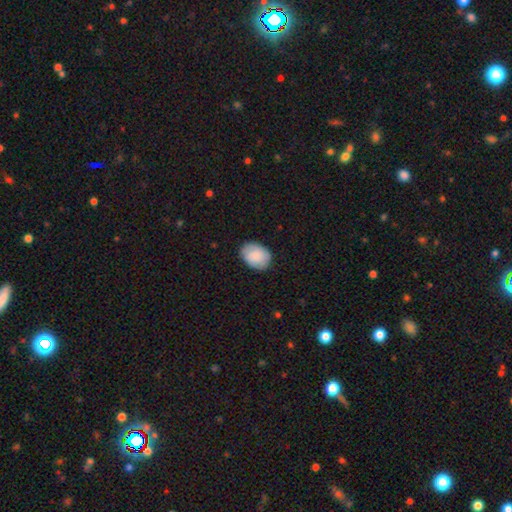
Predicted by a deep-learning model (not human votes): A smooth galaxy with no disk features (81%) that is in between round and cigar-shaped (64%). Merging: none (80%).